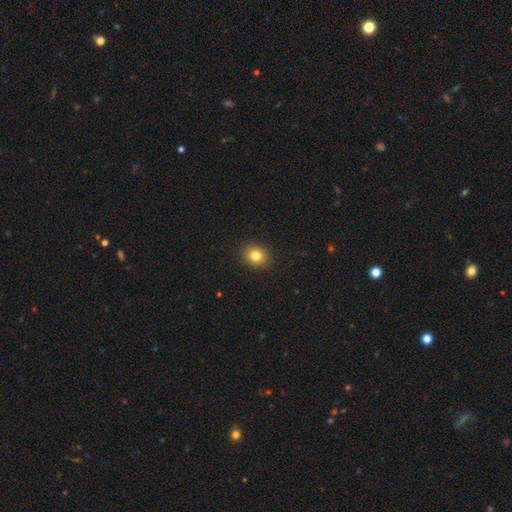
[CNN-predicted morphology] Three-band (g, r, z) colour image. It shows a smooth galaxy with no disk features (82%) that is round (75%). Merging: none (91%).